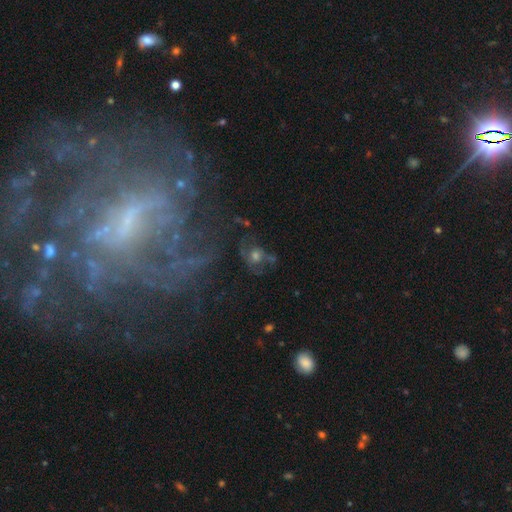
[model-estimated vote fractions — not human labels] Morphology: type=featured or disk (47%); merging=none (53%).